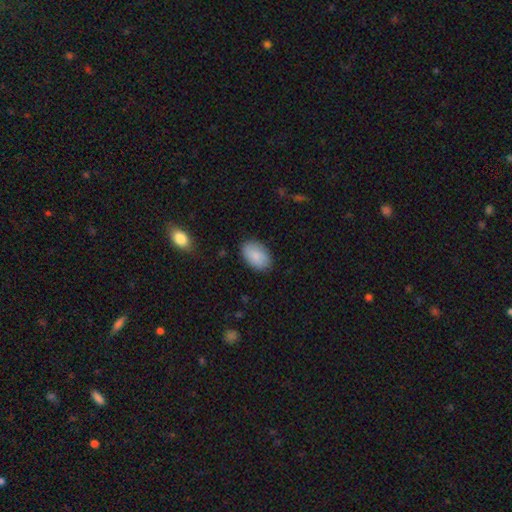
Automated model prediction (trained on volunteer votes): This appears to be a smooth galaxy with no disk features (84%) that is in between round and cigar-shaped (92%). Merging: none (85%).